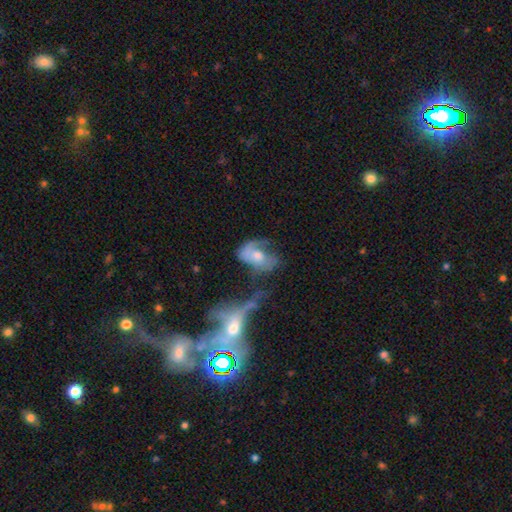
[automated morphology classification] Q: Smooth or featured?
A: featured or disk (57%); runner-up: smooth (35%)
Q: Edge-on disk?
A: no (95%); runner-up: yes (5%)
Q: Bar?
A: no (74%); runner-up: weak (21%)
Q: Spiral arms?
A: yes (66%); runner-up: no (34%)
Q: Bulge size?
A: moderate (57%); runner-up: small (23%)
Q: Merging?
A: major disturbance (40%); runner-up: none (22%)